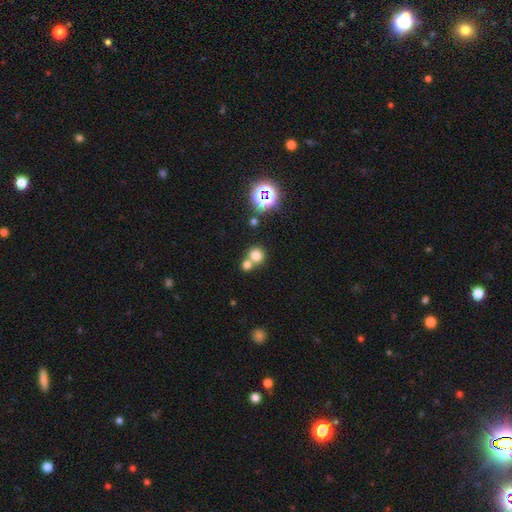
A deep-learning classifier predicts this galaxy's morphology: This is likely a smooth galaxy (72%). How rounded: clearly round (88%). Merging: possibly none (48%).